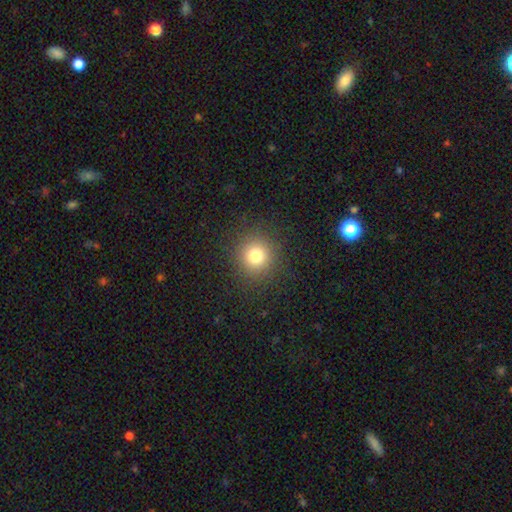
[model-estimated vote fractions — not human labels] smooth 78%, star or artifact 15%, featured or disk 8%. Down the decision tree: how rounded — round (93%); merging — none (89%).